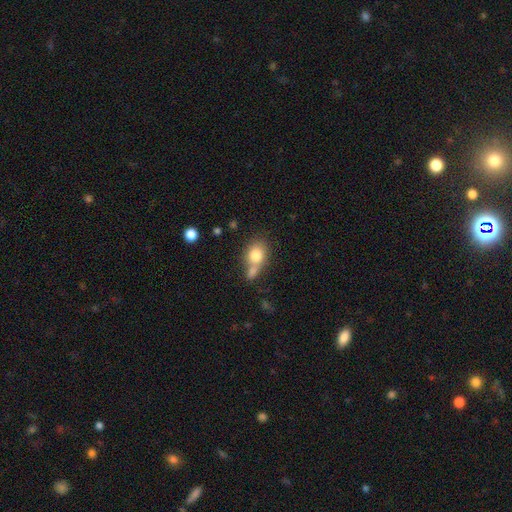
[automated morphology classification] This appears to be a smooth galaxy with no disk features (78%) that is round (51%). Merging: merger (42%).